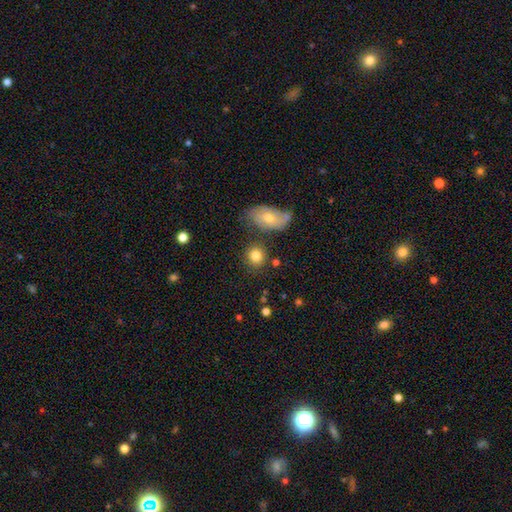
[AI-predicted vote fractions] A smooth galaxy with no disk features (82%) that is round (77%). Merging: none (76%).